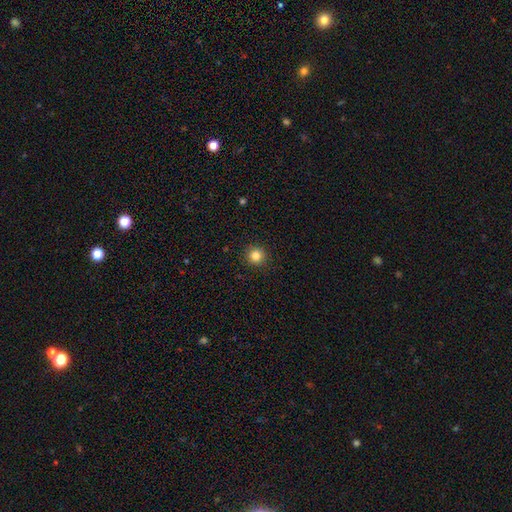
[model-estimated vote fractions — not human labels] This appears to be a smooth galaxy with no disk features (83%) that is round (95%). Merging: none (92%).